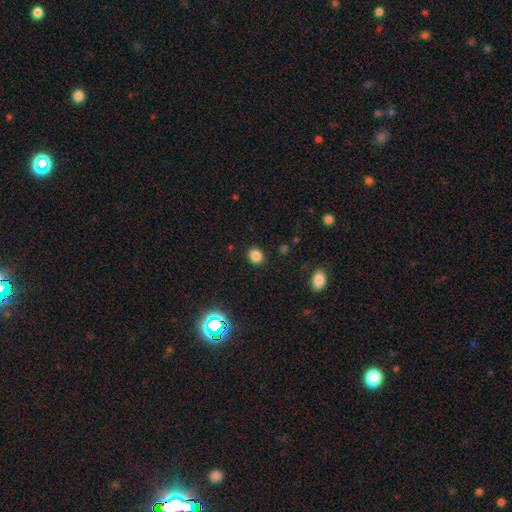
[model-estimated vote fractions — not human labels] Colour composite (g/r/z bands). It shows a smooth galaxy with no disk features (83%) that is round (67%). Merging: none (89%).